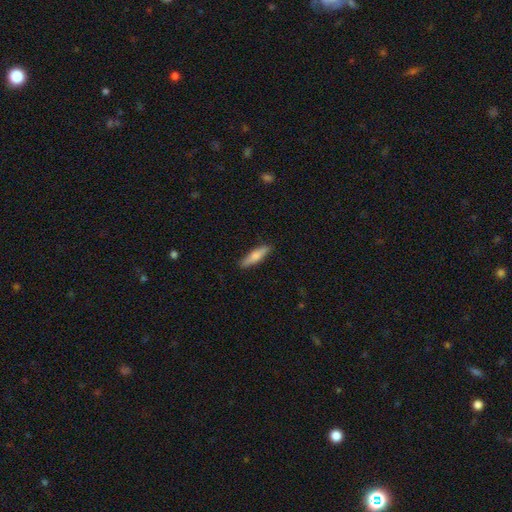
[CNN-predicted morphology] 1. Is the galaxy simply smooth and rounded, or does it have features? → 71% smooth, 23% featured or disk, 6% star or artifact.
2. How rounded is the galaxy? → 74% cigar-shaped, 24% in between, 2% round.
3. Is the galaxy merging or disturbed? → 87% none, 10% minor disturbance, 2% major disturbance, 1% merger.